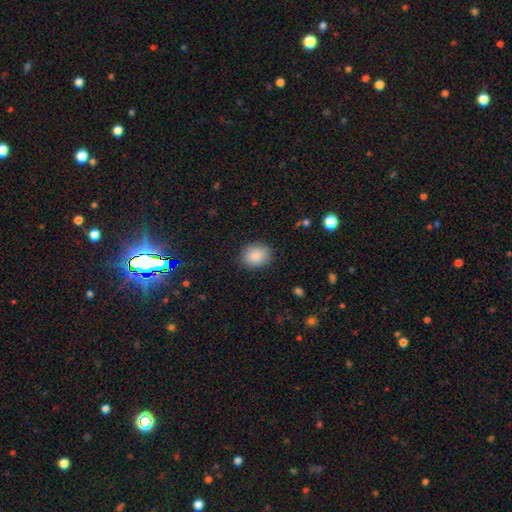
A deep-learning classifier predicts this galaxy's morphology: Smooth or featured? Predicted: smooth (p=0.87). How rounded? Predicted: round (p=0.58). Merging? Predicted: none (p=0.87).